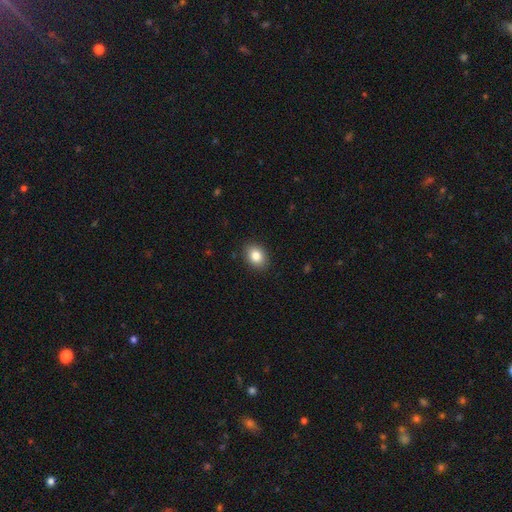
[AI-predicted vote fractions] Overall: smooth (84%). How rounded: in between (63%; round 36%). Merging: none (89%).